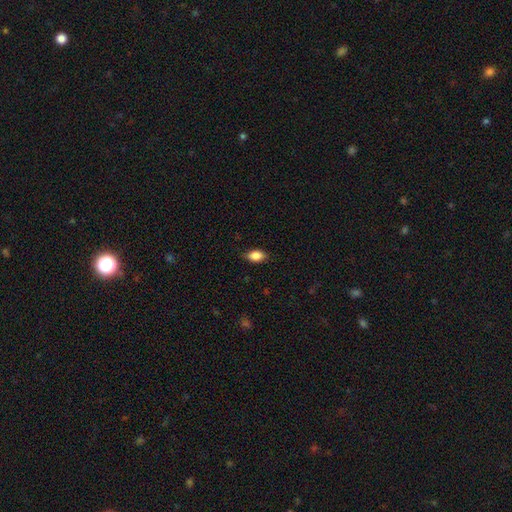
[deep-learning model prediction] This is clearly a smooth galaxy (86%). How rounded: clearly in between (88%). Merging: clearly none (82%).